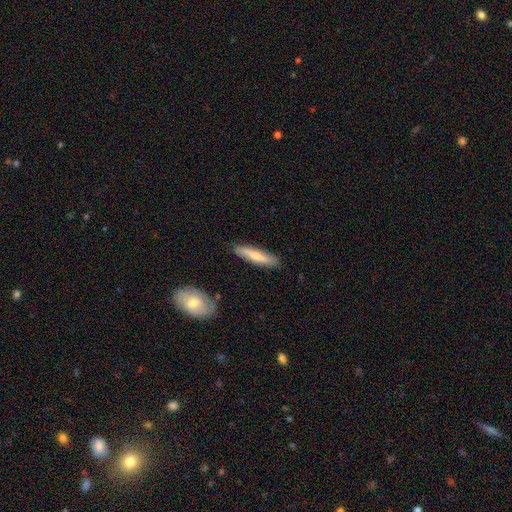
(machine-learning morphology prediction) smooth_or_featured: smooth (p=0.64) [alt: featured or disk p=0.30]
how_rounded: cigar-shaped (p=0.83) [alt: in between p=0.15]
merging: none (p=0.85) [alt: minor disturbance p=0.11]